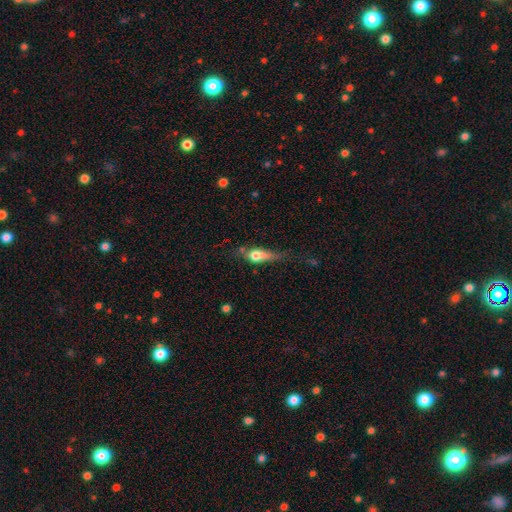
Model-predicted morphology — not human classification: smooth-or-featured: smooth: 55% | featured or disk: 35% | star or artifact: 9%
  how-rounded: in between: 51% | cigar-shaped: 38% | round: 11%
  merging: none: 39% | minor disturbance: 30% | major disturbance: 24% | merger: 7%